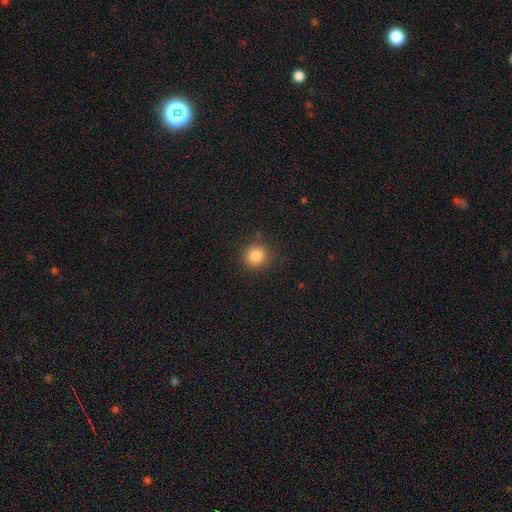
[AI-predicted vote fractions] Smooth or featured? smooth (85%)
How rounded? round (92%)
Merging? none (88%)